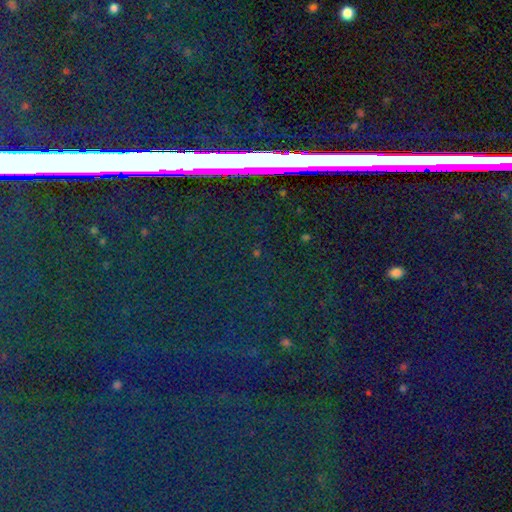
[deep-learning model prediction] A star or artifact, not a galaxy (80%).

Vote fractions:
- Smooth or featured? star or artifact: 80% / smooth: 11% / featured or disk: 9%